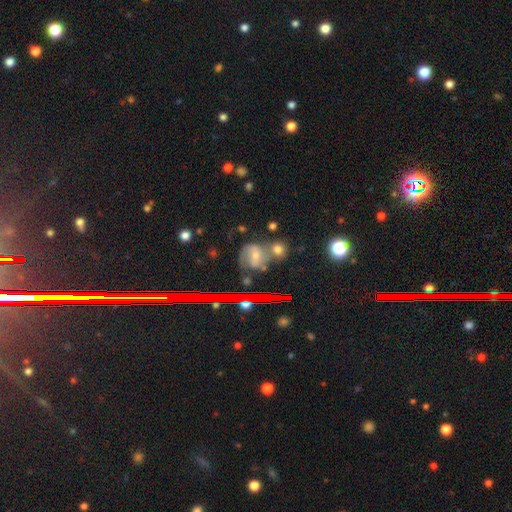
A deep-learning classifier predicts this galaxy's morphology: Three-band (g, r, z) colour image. It shows a featured or disk galaxy (46%). Merging: none (50%).